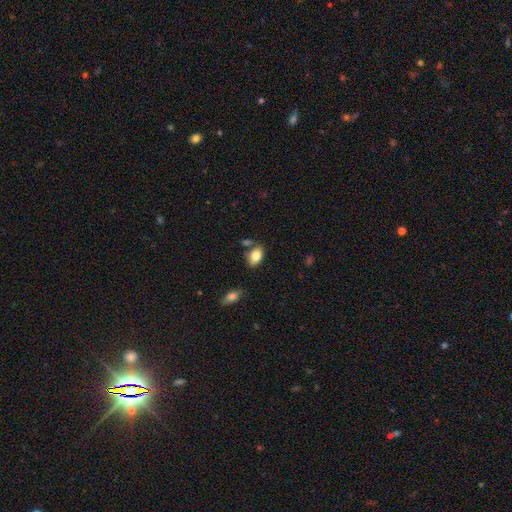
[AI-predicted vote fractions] Smooth or featured: smooth — 84% (featured or disk — 8%)
How rounded: in between — 89% (round — 10%)
Merging: none — 69% (minor disturbance — 16%)